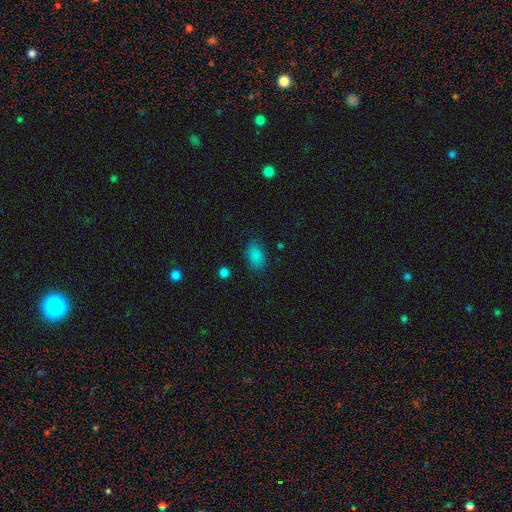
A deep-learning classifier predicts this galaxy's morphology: This appears to be a smooth galaxy with no disk features (84%) that is in between round and cigar-shaped (89%). Merging: none (80%).